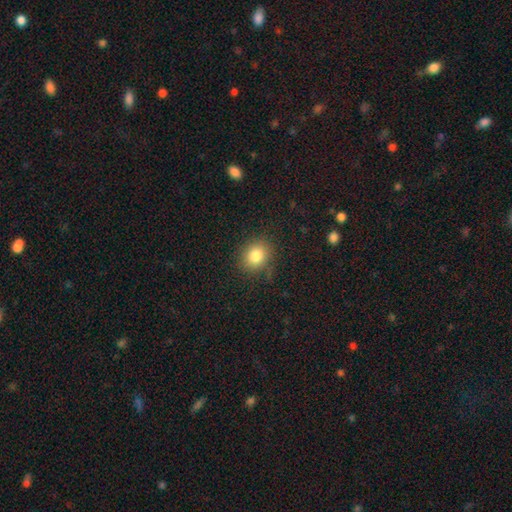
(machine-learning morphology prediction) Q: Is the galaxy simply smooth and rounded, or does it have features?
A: smooth — 82%.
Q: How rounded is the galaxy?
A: round — 68%.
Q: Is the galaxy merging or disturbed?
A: none — 84%.